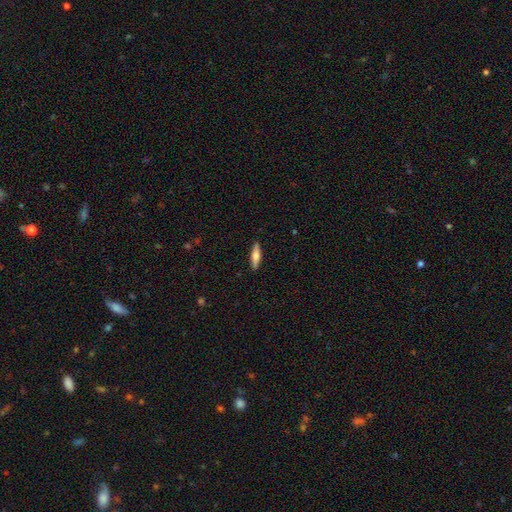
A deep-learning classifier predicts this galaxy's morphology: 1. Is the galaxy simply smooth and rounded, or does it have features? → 62% smooth, 32% featured or disk, 6% star or artifact.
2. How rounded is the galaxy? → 69% cigar-shaped, 29% in between, 2% round.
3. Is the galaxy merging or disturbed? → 90% none, 8% minor disturbance, 2% major disturbance, 1% merger.